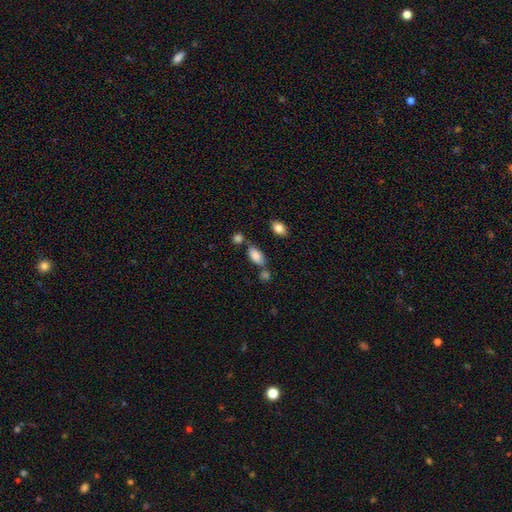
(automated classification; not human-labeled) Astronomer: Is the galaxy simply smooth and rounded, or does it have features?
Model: smooth — 84%.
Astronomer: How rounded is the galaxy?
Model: in between — 89%.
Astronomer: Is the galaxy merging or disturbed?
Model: none — 62%.